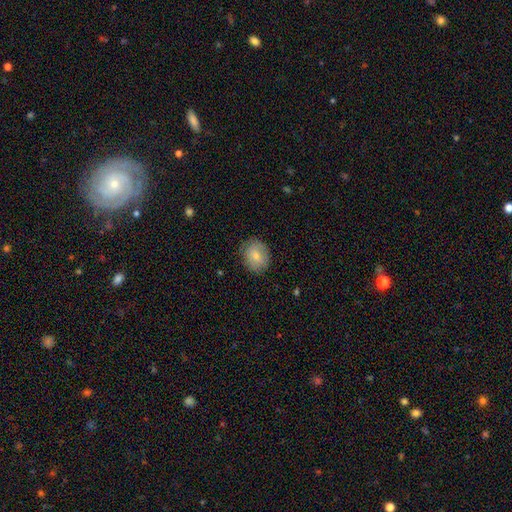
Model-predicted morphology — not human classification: smooth-or-featured: smooth: 76% | featured or disk: 17% | star or artifact: 7%
  how-rounded: round: 55% | in between: 44% | cigar-shaped: 1%
  merging: none: 79% | minor disturbance: 16% | major disturbance: 4% | merger: 1%